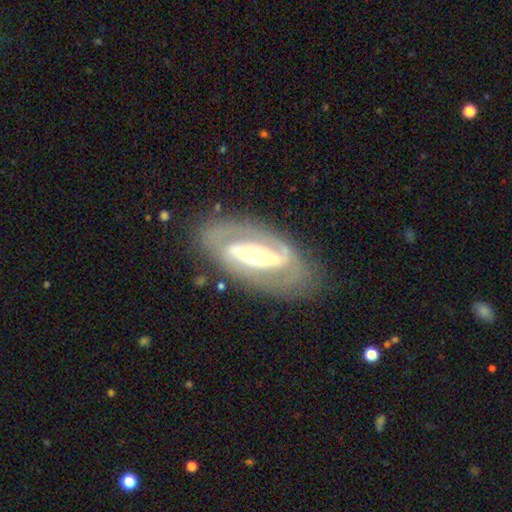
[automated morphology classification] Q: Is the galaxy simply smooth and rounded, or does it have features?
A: featured or disk — 83%.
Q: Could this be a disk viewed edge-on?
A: no — 91%.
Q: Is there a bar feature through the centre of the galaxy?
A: strong — 50%.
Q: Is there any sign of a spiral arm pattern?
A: yes — 77%.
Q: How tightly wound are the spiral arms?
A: tight — 41%, tied with medium.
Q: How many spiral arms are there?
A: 2 — 79%.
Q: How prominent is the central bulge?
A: moderate — 63%.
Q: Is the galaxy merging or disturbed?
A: none — 75%.